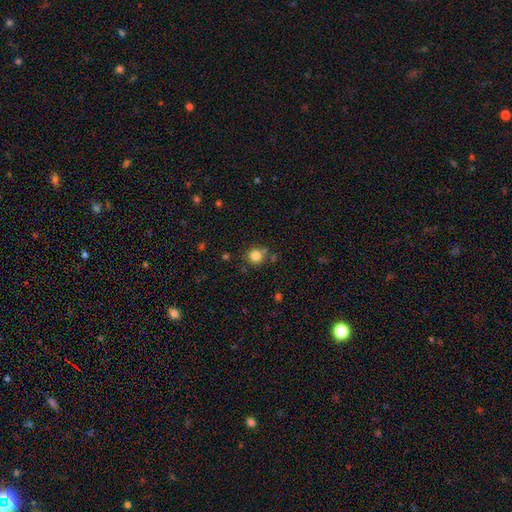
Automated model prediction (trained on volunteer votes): Smooth or featured? smooth (82%)
How rounded? round (91%)
Merging? none (74%)